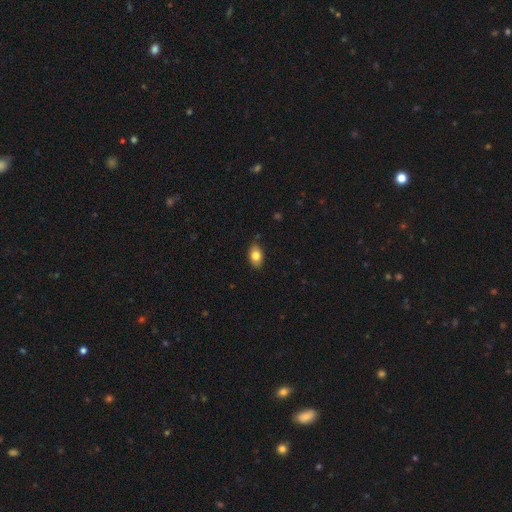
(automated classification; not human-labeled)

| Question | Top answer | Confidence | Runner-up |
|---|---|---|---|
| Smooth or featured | smooth | 81% | featured or disk (11%) |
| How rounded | in between | 87% | round (11%) |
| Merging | none | 82% | minor disturbance (14%) |